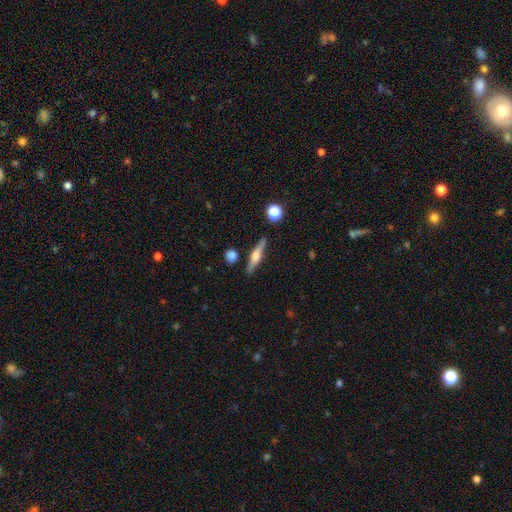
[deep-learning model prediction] This appears to be a featured or disk galaxy (63%) viewed edge-on (96%) with a rounded central bulge (87%). Merging: none (84%).